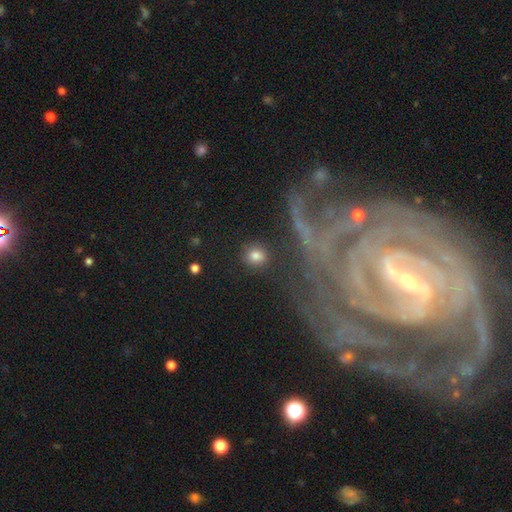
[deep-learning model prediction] A smooth galaxy with no disk features (81%) that is round (82%).

Vote fractions:
- Smooth or featured? smooth: 81% / star or artifact: 10% / featured or disk: 9%
- How rounded? round: 82% / in between: 16% / cigar-shaped: 2%
- Merging? none: 85% / minor disturbance: 8% / major disturbance: 4% / merger: 3%